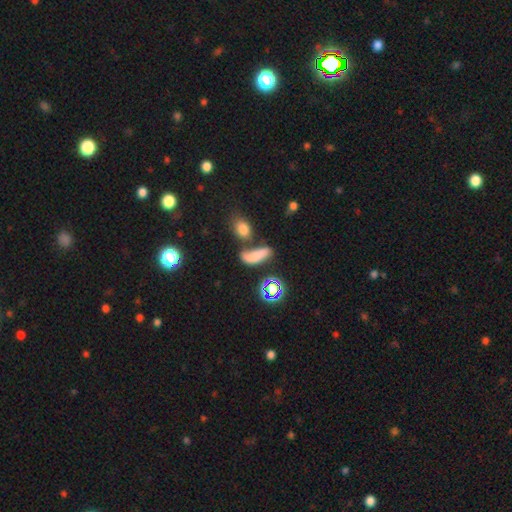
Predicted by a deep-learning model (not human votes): A smooth galaxy with no disk features (65%) that is in between round and cigar-shaped (63%). Merging: none (40%).